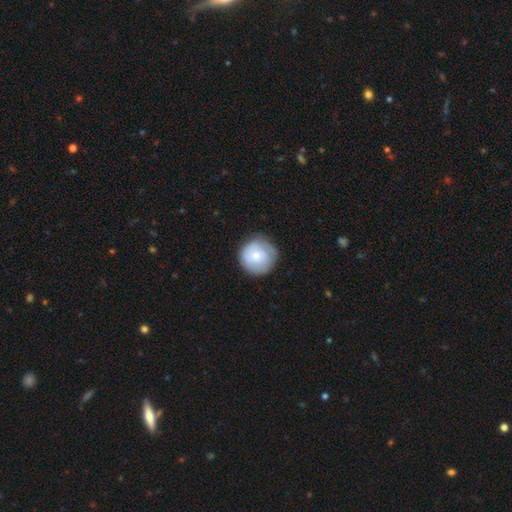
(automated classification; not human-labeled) This appears to be a smooth galaxy with no disk features (66%) that is round (94%). Merging: none (71%).